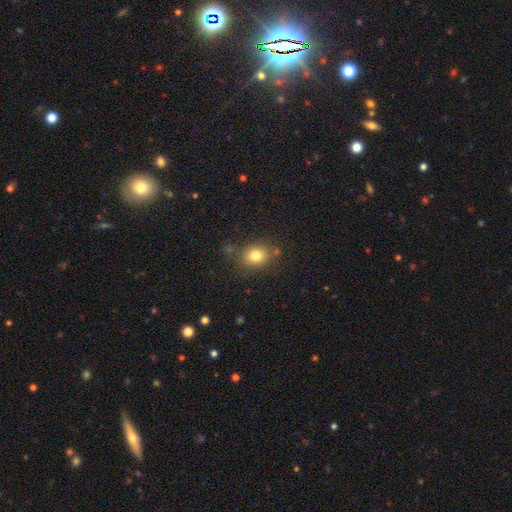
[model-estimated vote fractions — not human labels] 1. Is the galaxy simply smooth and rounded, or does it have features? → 80% smooth, 12% star or artifact, 8% featured or disk.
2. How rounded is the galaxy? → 59% round, 40% in between, 1% cigar-shaped.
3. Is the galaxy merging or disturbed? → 78% none, 13% minor disturbance, 6% merger, 4% major disturbance.